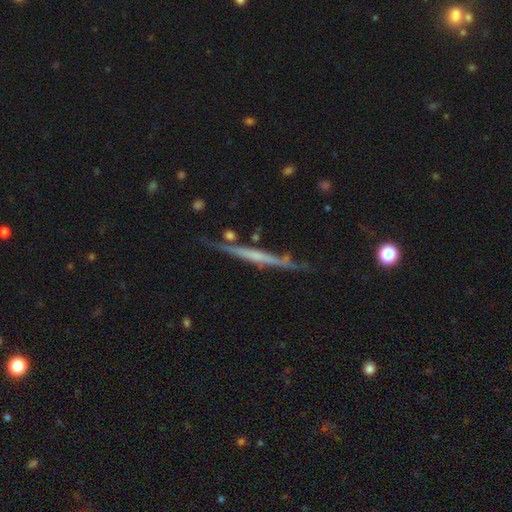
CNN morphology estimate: type=featured or disk (69%); edge-on=yes (96%); edge-on bulge=none (66%); merging=none (75%).